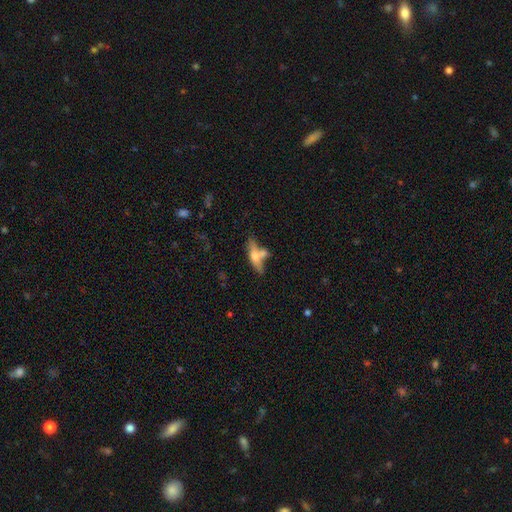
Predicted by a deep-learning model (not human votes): Overall: smooth (49%; featured or disk 44%). Merging: none (43%; merger 33%).